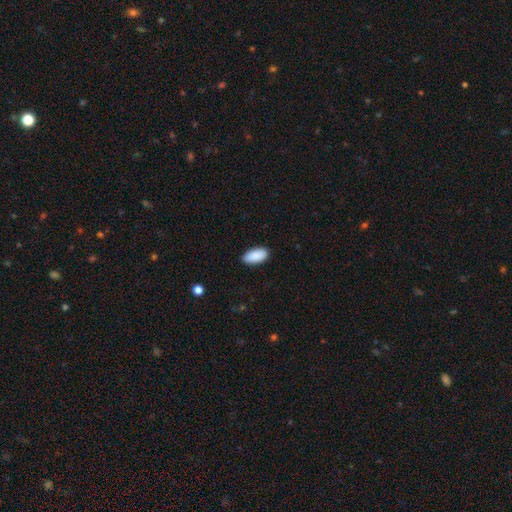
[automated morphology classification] Q: Smooth or featured?
A: smooth (90%); runner-up: star or artifact (6%)
Q: How rounded?
A: in between (93%); runner-up: cigar-shaped (5%)
Q: Merging?
A: none (87%); runner-up: minor disturbance (10%)